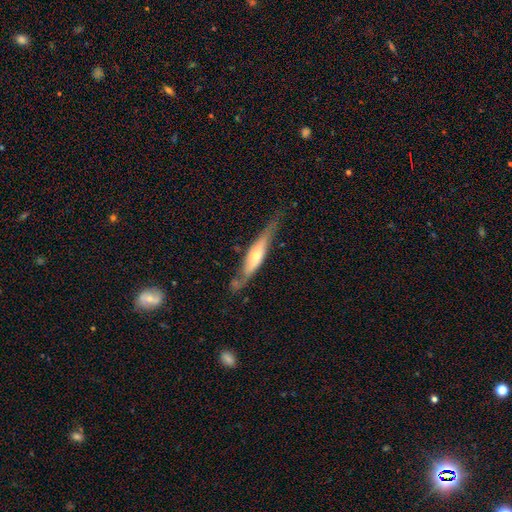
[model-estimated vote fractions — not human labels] This is possibly a featured or disk galaxy (60%). It is likely viewed edge-on (76%). Merging: likely none (65%).